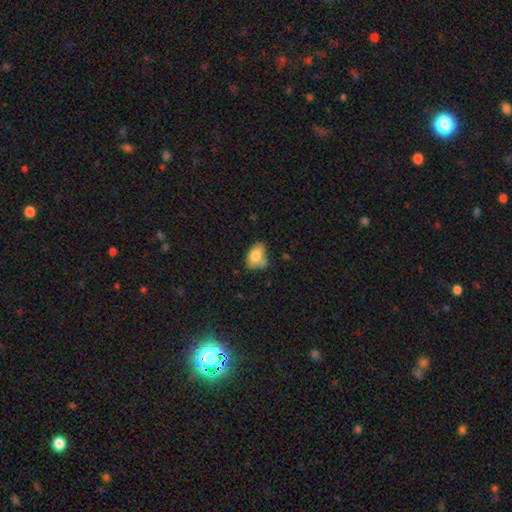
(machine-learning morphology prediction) Smooth or featured? smooth (76%)
How rounded? in between (79%)
Merging? none (47%)